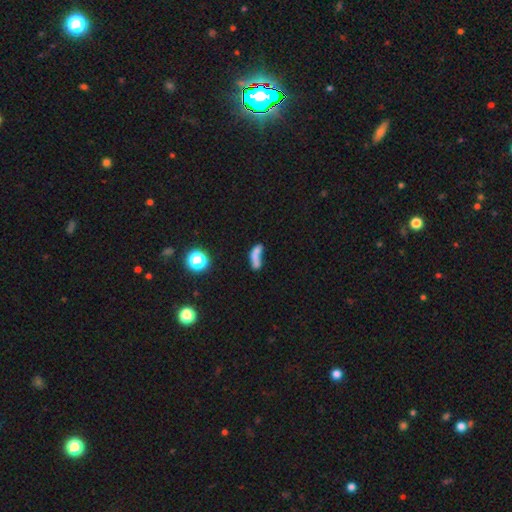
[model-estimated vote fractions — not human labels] A smooth galaxy with no disk features (58%) that is in between round and cigar-shaped (55%). Merging: merger (46%).